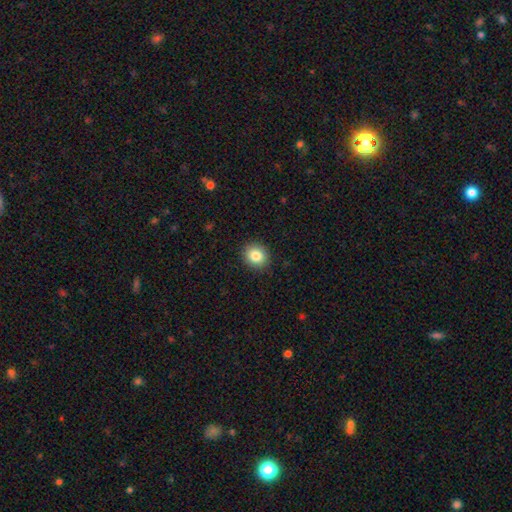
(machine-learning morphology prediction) Q: Smooth or featured?
A: smooth (84%); runner-up: star or artifact (10%)
Q: How rounded?
A: round (74%); runner-up: in between (25%)
Q: Merging?
A: none (91%); runner-up: minor disturbance (7%)